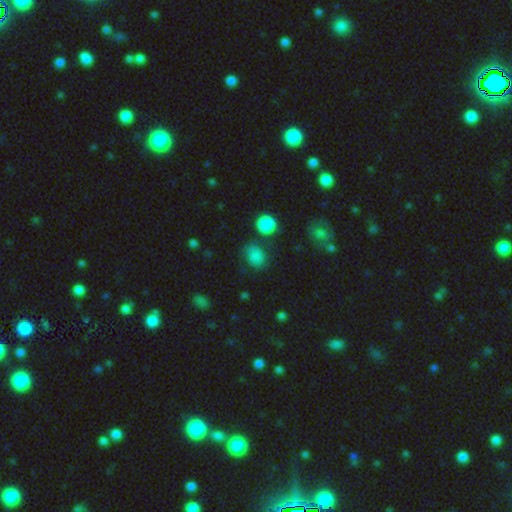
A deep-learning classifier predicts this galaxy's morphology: The model was most divided on "how rounded": round: 54%, in between: 45%, cigar-shaped: 1%. More confident: smooth or featured — smooth (76%); merging — none (65%).